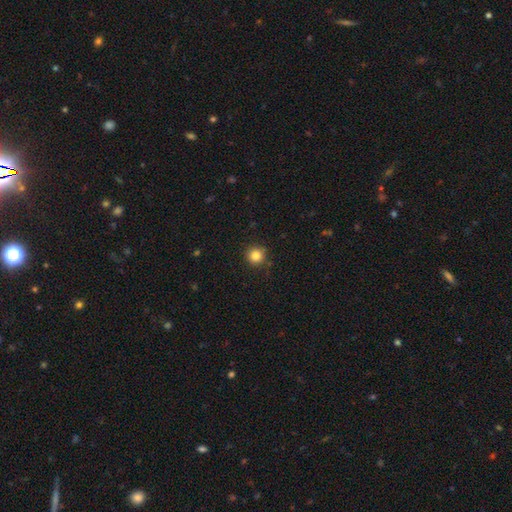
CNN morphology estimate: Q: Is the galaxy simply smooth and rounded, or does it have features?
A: smooth — 84%.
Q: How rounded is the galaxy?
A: round — 94%.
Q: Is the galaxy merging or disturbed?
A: none — 88%.